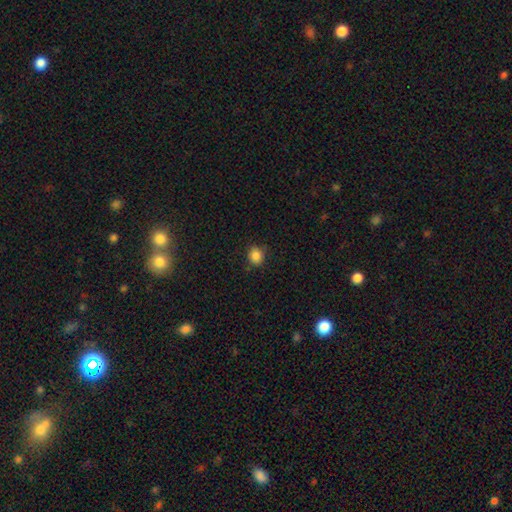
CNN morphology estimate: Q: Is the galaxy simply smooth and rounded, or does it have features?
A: smooth — 86%.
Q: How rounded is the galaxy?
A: round — 73%.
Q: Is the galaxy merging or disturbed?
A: none — 84%.